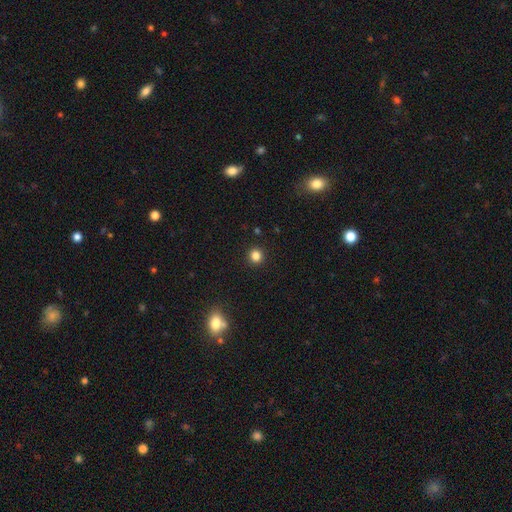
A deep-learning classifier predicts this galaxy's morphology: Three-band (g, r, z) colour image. It shows a smooth galaxy with no disk features (83%) that is round (92%). Merging: none (93%).